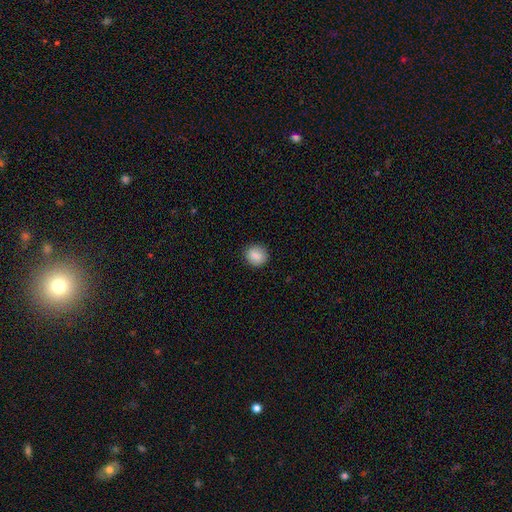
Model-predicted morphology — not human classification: This appears to be a smooth galaxy with no disk features (87%) that is round (84%). Merging: none (90%).